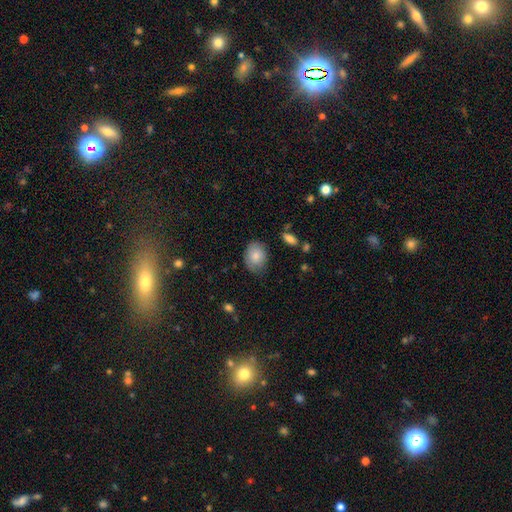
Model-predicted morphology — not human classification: smooth-or-featured: smooth: 83% | featured or disk: 10% | star or artifact: 7%
  how-rounded: in between: 65% | round: 34% | cigar-shaped: 1%
  merging: none: 72% | minor disturbance: 22% | major disturbance: 5% | merger: 2%